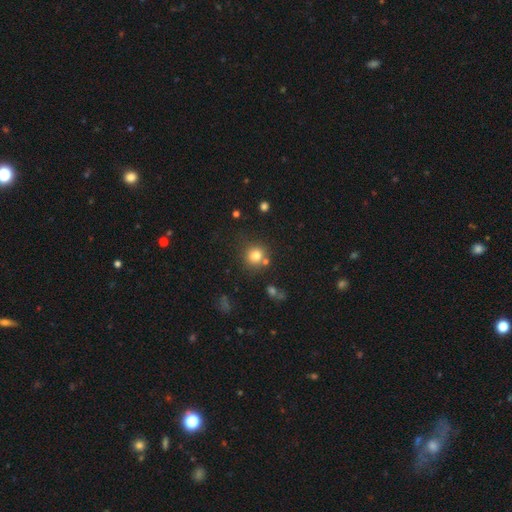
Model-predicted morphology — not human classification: Smooth or featured?
  - smooth: 79% *
  - star or artifact: 13%
  - featured or disk: 8%
How rounded?
  - round: 90% *
  - in between: 9%
  - cigar-shaped: 1%
Merging?
  - none: 74% *
  - merger: 12%
  - minor disturbance: 11%
  - major disturbance: 4%